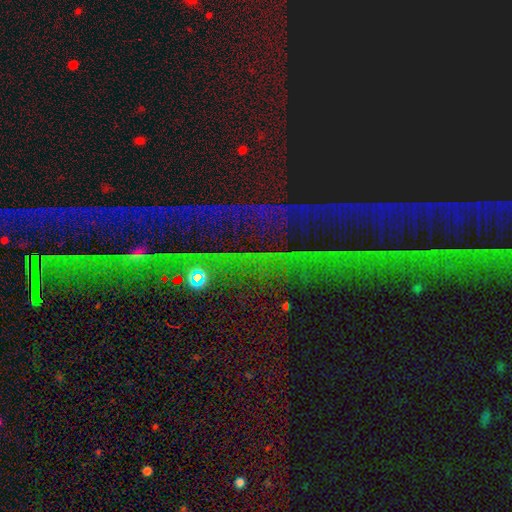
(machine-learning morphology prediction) Q: Smooth or featured?
A: star or artifact (87%); runner-up: featured or disk (7%)